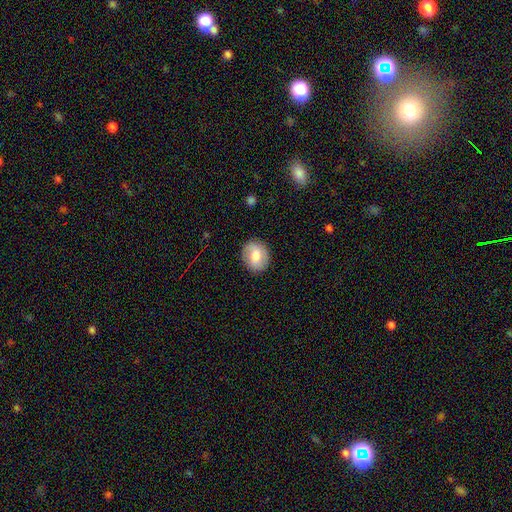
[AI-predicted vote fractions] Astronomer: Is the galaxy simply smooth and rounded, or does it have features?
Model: smooth — 63%.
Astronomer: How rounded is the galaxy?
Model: round — 59% (runner-up: in between, 40%).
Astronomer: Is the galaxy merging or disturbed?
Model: none — 87%.